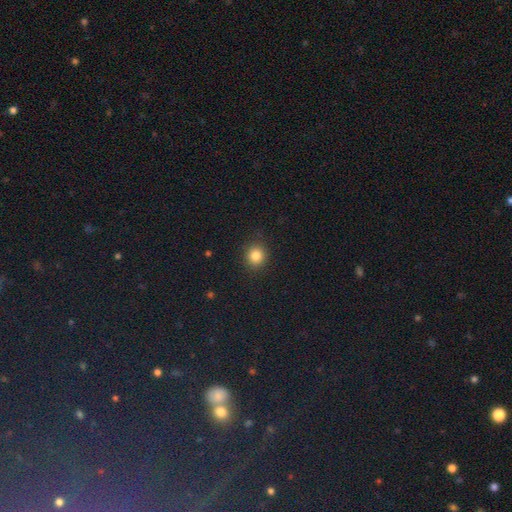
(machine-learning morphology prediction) This appears to be a smooth galaxy with no disk features (84%) that is round (85%). Merging: none (90%).